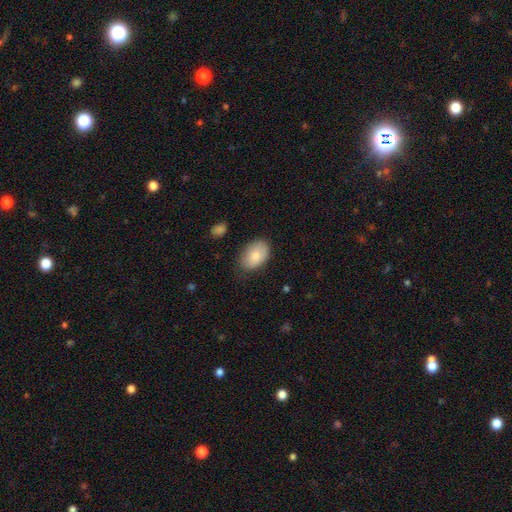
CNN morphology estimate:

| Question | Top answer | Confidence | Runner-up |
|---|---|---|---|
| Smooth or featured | smooth | 82% | featured or disk (11%) |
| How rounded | in between | 88% | round (11%) |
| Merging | none | 69% | minor disturbance (24%) |